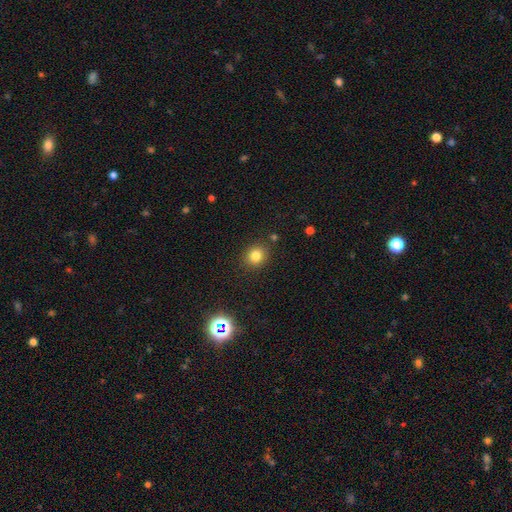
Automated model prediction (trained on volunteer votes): smooth-or-featured: smooth: 80% | star or artifact: 14% | featured or disk: 7%
  how-rounded: round: 75% | in between: 24% | cigar-shaped: 1%
  merging: none: 85% | minor disturbance: 9% | merger: 3% | major disturbance: 3%